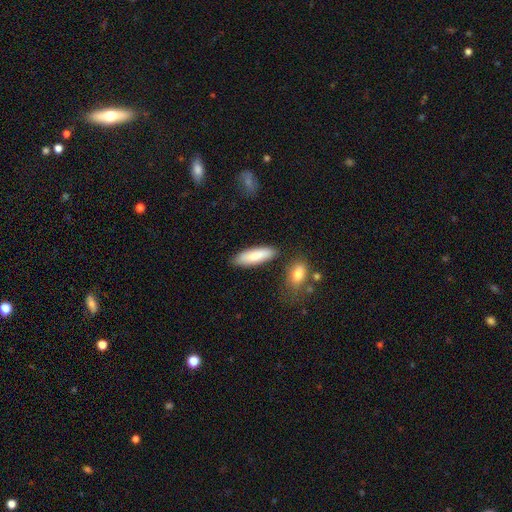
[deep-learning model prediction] smooth_or_featured: smooth (p=0.83) [alt: featured or disk p=0.11]
how_rounded: cigar-shaped (p=0.52) [alt: in between p=0.46]
merging: none (p=0.80) [alt: minor disturbance p=0.12]